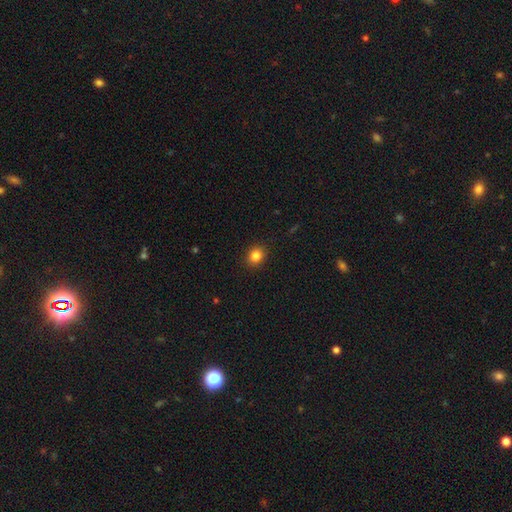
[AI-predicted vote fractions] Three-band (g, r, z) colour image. It shows a smooth galaxy with no disk features (84%) that is round (68%). Merging: none (91%).